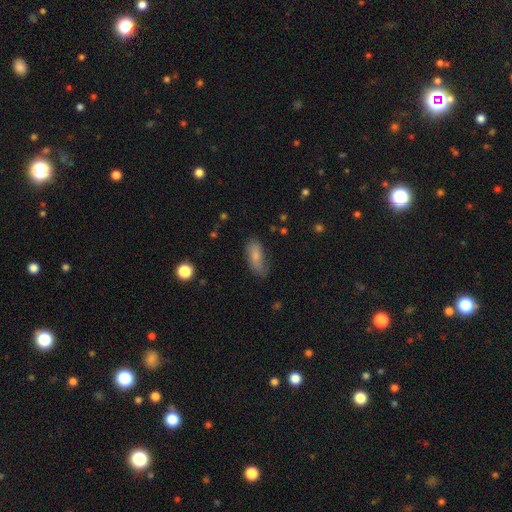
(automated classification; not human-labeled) The model was most divided on "merging": none: 63%, minor disturbance: 27%, major disturbance: 8%, merger: 2%. More confident: how rounded — in between (79%); smooth or featured — smooth (77%).